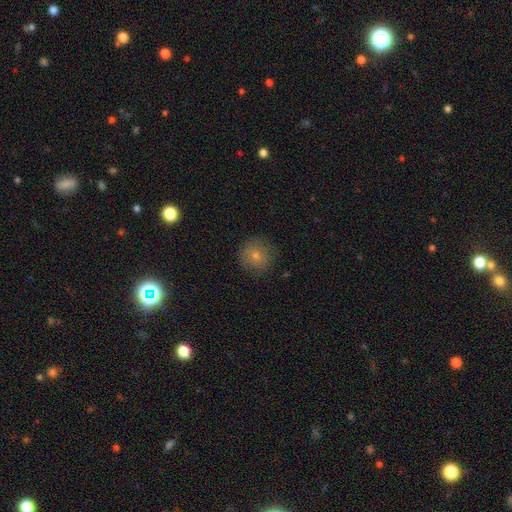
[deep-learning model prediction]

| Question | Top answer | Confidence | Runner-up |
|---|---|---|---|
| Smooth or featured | smooth | 76% | featured or disk (14%) |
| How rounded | round | 92% | in between (8%) |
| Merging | none | 81% | minor disturbance (14%) |